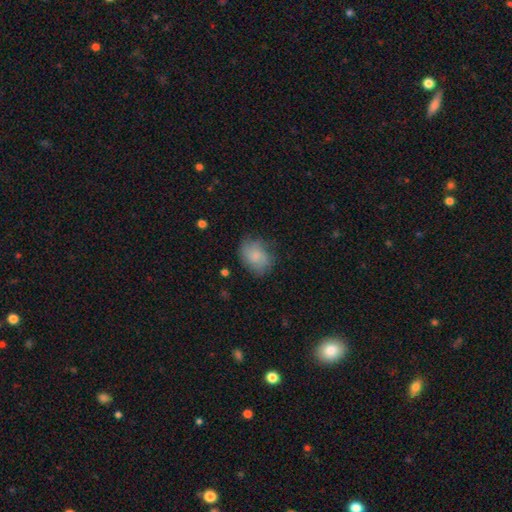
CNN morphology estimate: A smooth galaxy with no disk features (67%) that is in between round and cigar-shaped (57%).

Vote fractions:
- Smooth or featured? smooth: 67% / featured or disk: 24% / star or artifact: 8%
- How rounded? in between: 57% / round: 42% / cigar-shaped: 1%
- Merging? none: 66% / minor disturbance: 24% / major disturbance: 9% / merger: 1%